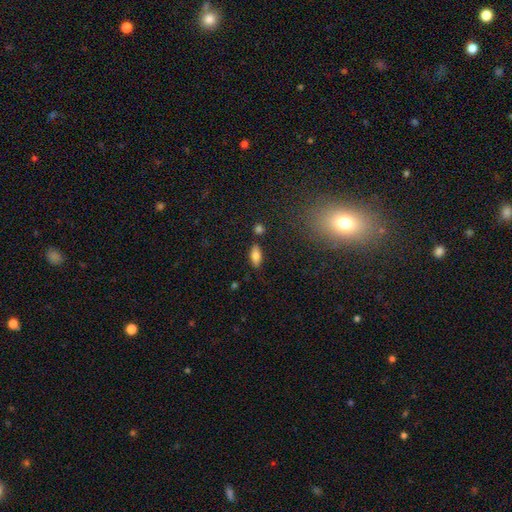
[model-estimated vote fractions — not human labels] This appears to be a smooth galaxy with no disk features (79%) that is in between round and cigar-shaped (85%). Merging: none (82%).